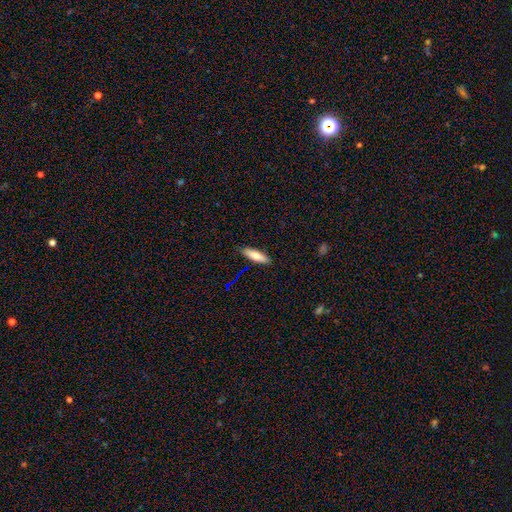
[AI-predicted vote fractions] smooth 76%, featured or disk 17%, star or artifact 7%. Down the decision tree: how rounded — cigar-shaped (57%); merging — none (88%).